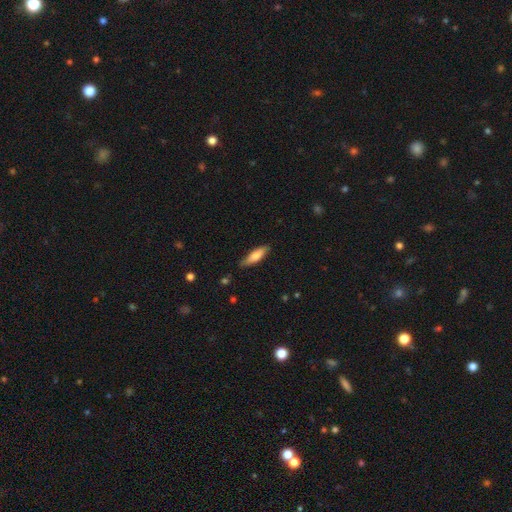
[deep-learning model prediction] Smooth or featured? smooth (74%)
How rounded? cigar-shaped (58%)
Merging? none (81%)